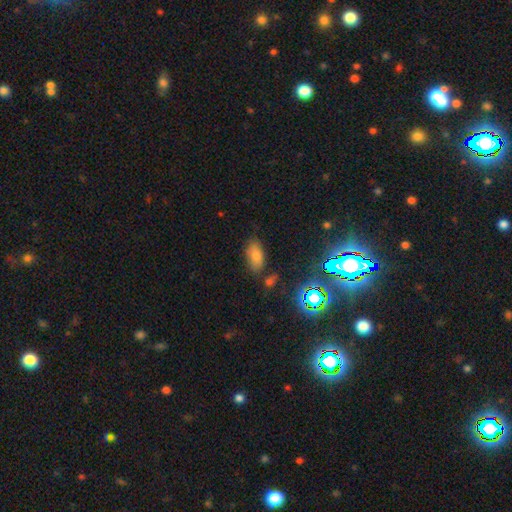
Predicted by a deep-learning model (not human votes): Overall: smooth (63%; star or artifact 25%). How rounded: in between (88%). Merging: none (75%).